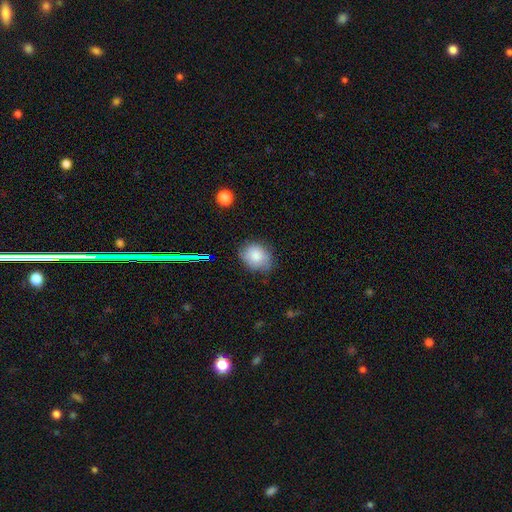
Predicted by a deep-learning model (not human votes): A smooth galaxy with no disk features (79%) that is round (51%). Merging: none (70%).